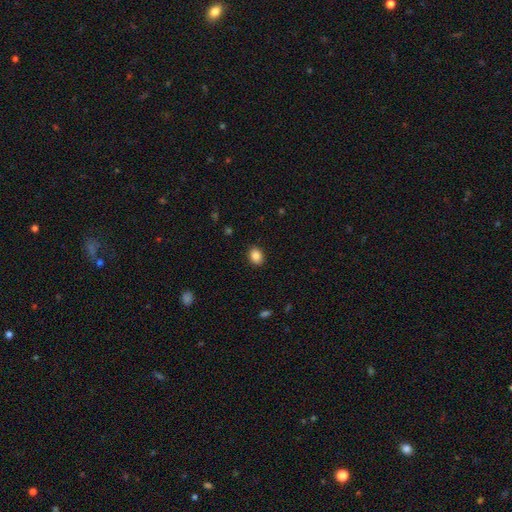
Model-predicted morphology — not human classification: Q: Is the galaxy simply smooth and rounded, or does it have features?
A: smooth — 87%.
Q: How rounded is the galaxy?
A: in between — 61%.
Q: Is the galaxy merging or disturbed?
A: none — 89%.